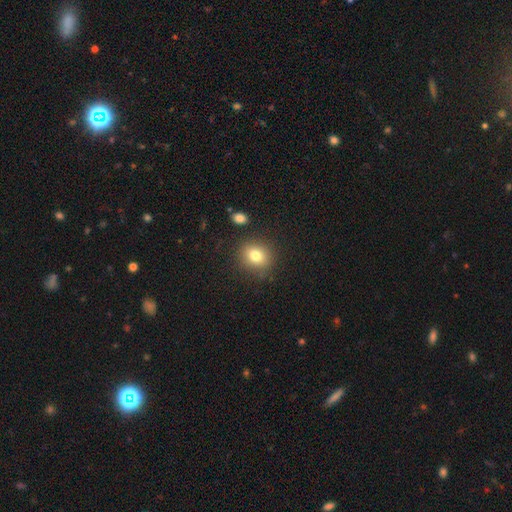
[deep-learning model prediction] A smooth galaxy with no disk features (79%) that is round (71%).

Vote fractions:
- Smooth or featured? smooth: 79% / star or artifact: 12% / featured or disk: 10%
- How rounded? round: 71% / in between: 28% / cigar-shaped: 1%
- Merging? none: 85% / minor disturbance: 9% / major disturbance: 3% / merger: 3%